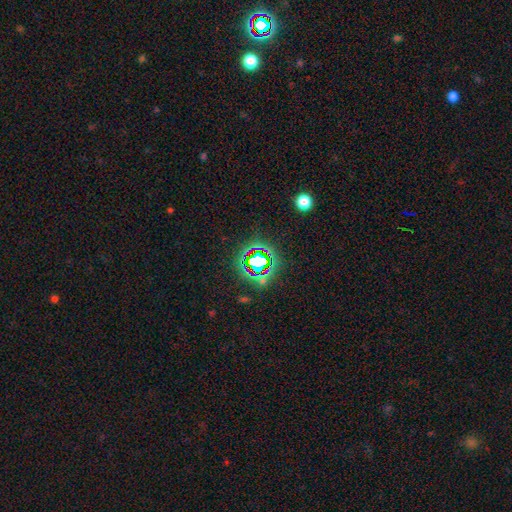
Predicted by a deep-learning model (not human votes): Smooth or featured: star or artifact — 74% (smooth — 16%)